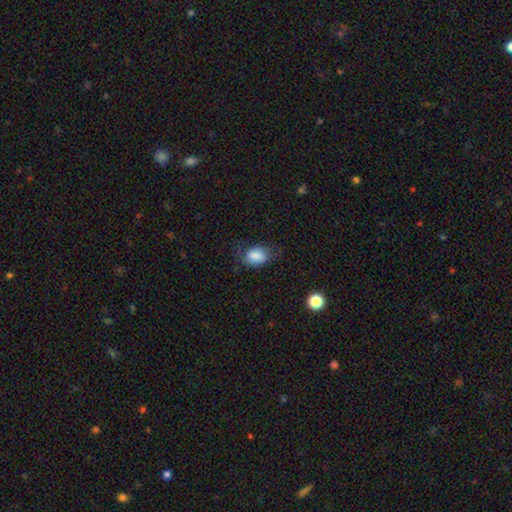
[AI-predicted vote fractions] smooth_or_featured: smooth (p=0.80) [alt: featured or disk p=0.12]
how_rounded: in between (p=0.75) [alt: round p=0.24]
merging: none (p=0.55) [alt: minor disturbance p=0.28]